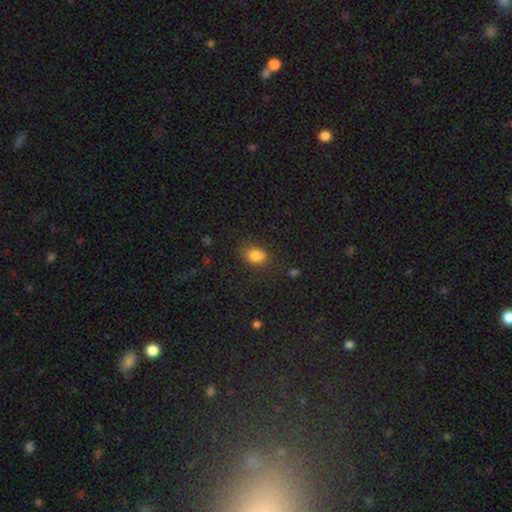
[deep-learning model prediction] A smooth galaxy with no disk features (83%) that is in between round and cigar-shaped (77%). Merging: none (76%).